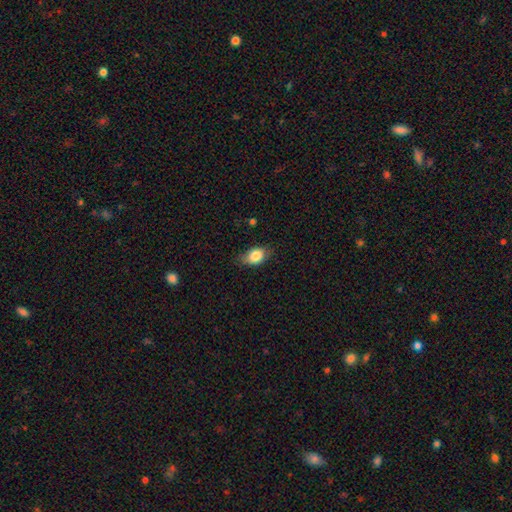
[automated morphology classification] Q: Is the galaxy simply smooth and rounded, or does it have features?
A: smooth — 84%.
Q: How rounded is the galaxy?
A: in between — 81%.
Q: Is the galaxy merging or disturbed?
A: none — 72%.